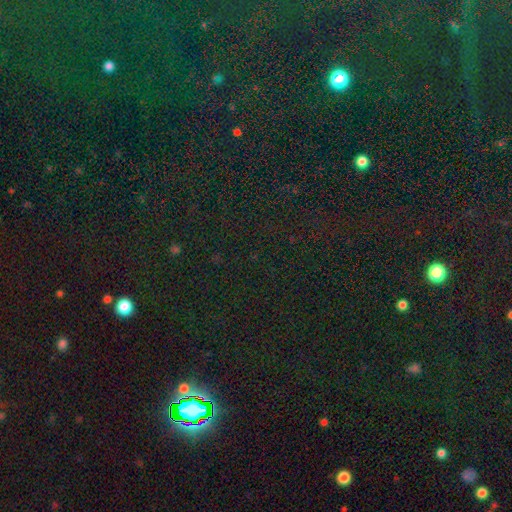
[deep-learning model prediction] Smooth or featured? star or artifact (83%)